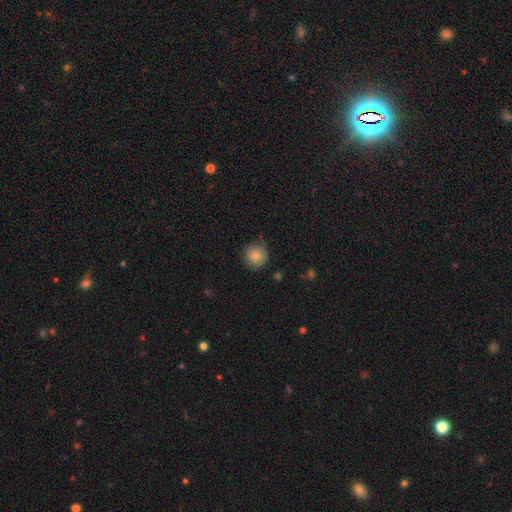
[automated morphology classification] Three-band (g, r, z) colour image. It shows a smooth galaxy with no disk features (84%) that is round (92%). Merging: none (81%).